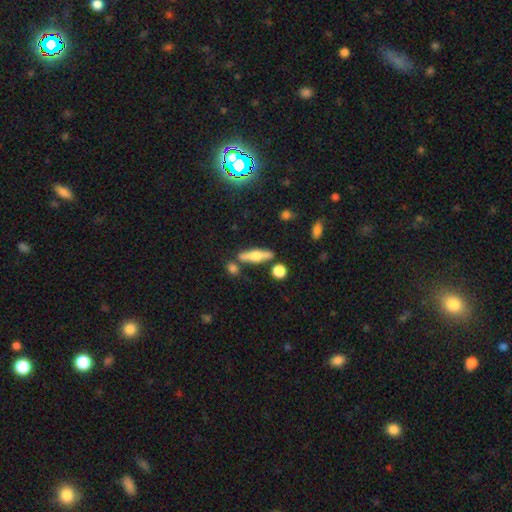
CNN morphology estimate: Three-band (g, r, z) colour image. It shows a featured or disk galaxy (51%) viewed edge-on (91%). Merging: none (77%).